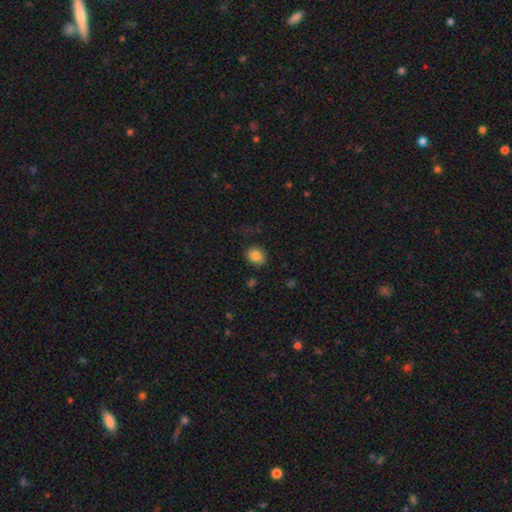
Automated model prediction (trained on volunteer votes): This appears to be a smooth galaxy with no disk features (83%) that is round (50%). Merging: none (83%).